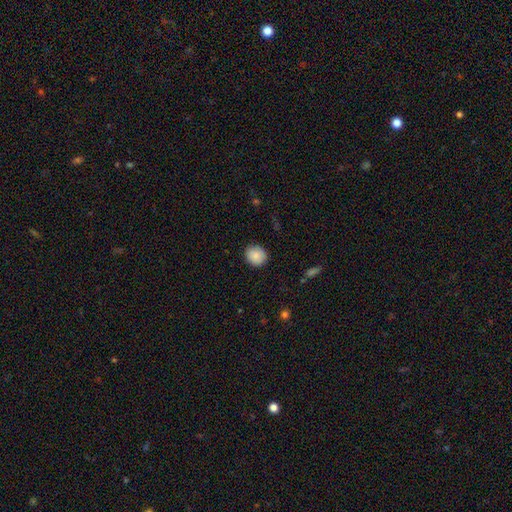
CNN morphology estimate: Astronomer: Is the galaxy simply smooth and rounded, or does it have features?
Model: smooth — 86%.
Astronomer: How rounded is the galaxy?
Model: round — 82%.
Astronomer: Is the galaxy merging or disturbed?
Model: none — 87%.